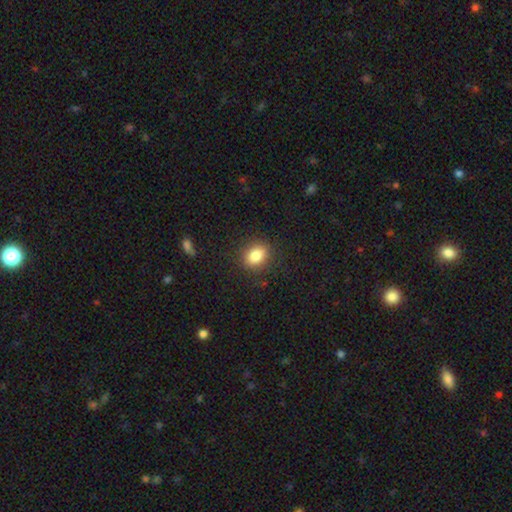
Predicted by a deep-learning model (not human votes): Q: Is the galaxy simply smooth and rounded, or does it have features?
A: smooth — 85%.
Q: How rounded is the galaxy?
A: in between — 60%.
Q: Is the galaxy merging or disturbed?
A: none — 86%.